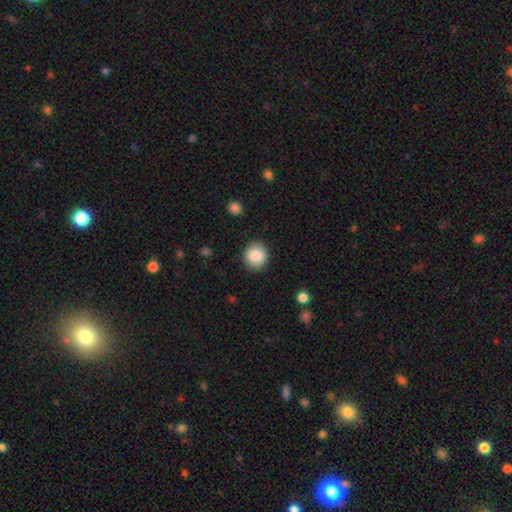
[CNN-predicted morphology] A smooth galaxy with no disk features (87%) that is round (83%).

Vote fractions:
- Smooth or featured? smooth: 87% / star or artifact: 8% / featured or disk: 5%
- How rounded? round: 83% / in between: 16% / cigar-shaped: 1%
- Merging? none: 88% / minor disturbance: 8% / major disturbance: 2% / merger: 1%